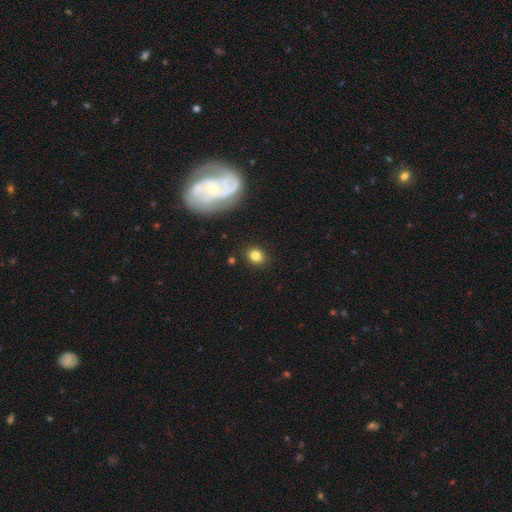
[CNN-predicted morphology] A smooth galaxy with no disk features (80%) that is round (64%). Merging: none (87%).